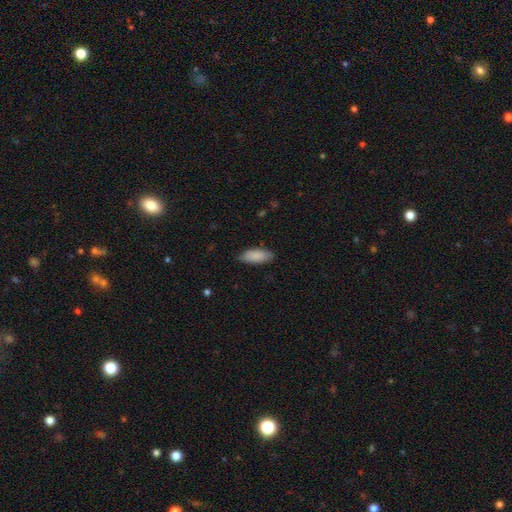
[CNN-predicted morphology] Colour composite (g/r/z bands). It shows a smooth galaxy with no disk features (89%) that is in between round and cigar-shaped (82%). Merging: none (83%).